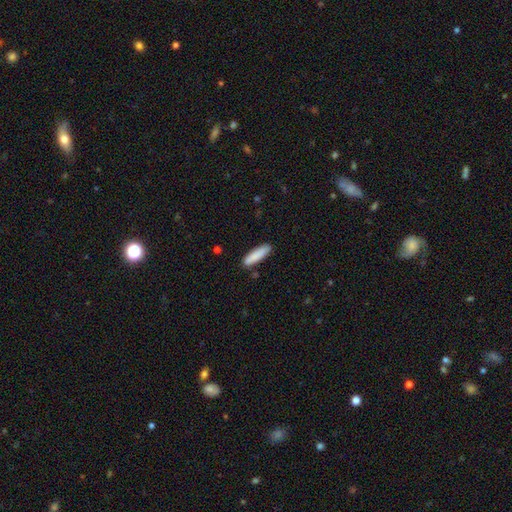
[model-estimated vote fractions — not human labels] Smooth or featured?
  - smooth: 86% *
  - featured or disk: 8%
  - star or artifact: 6%
How rounded?
  - cigar-shaped: 70% *
  - in between: 29%
  - round: 1%
Merging?
  - none: 84% *
  - minor disturbance: 11%
  - merger: 3%
  - major disturbance: 2%